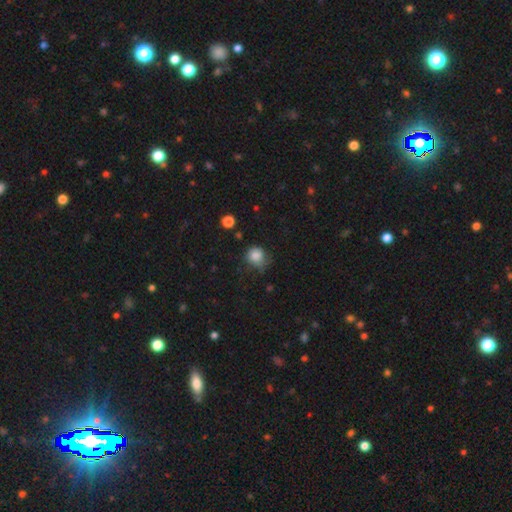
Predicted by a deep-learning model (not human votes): Smooth or featured?
  - smooth: 83% *
  - star or artifact: 10%
  - featured or disk: 7%
How rounded?
  - round: 82% *
  - in between: 17%
  - cigar-shaped: 1%
Merging?
  - none: 51% *
  - minor disturbance: 32%
  - major disturbance: 14%
  - merger: 2%